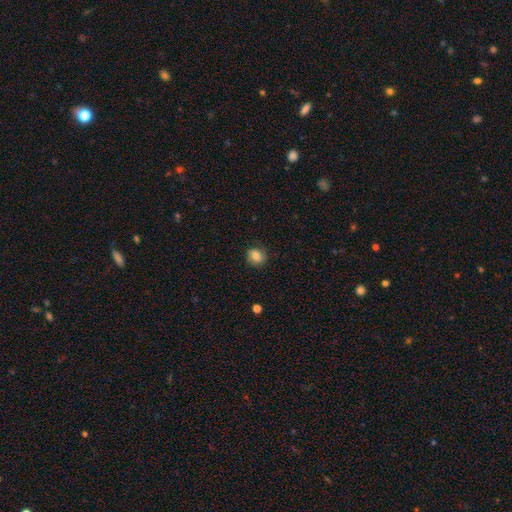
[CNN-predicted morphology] Overall: smooth (77%). How rounded: round (60%; in between 39%). Merging: none (74%).